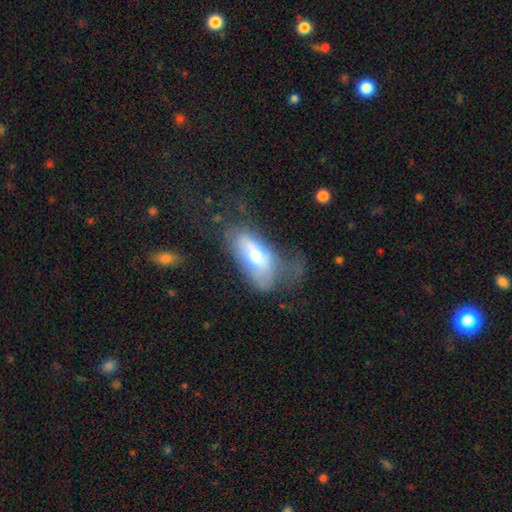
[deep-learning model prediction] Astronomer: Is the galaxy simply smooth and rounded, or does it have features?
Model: smooth — 57% (runner-up: featured or disk, 35%).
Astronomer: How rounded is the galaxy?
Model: in between — 86%.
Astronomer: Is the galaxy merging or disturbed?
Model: major disturbance — 36% (runner-up: none, 31%).